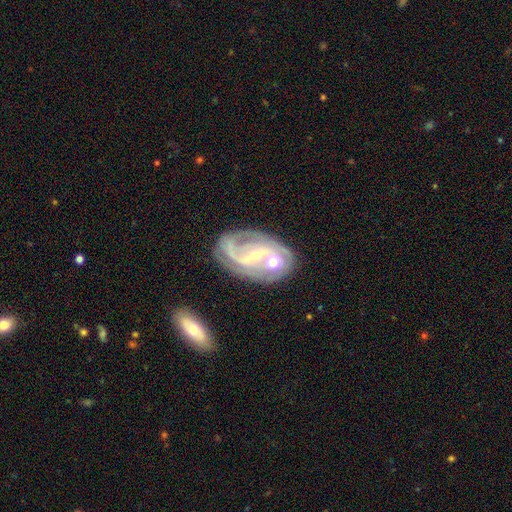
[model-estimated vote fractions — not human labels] Q: Smooth or featured?
A: featured or disk (83%); runner-up: smooth (10%)
Q: Edge-on disk?
A: no (97%); runner-up: yes (3%)
Q: Bar?
A: weak (41%); runner-up: no (32%)
Q: Spiral arms?
A: yes (91%); runner-up: no (9%)
Q: Spiral winding?
A: medium (45%); runner-up: tight (31%)
Q: Spiral arm count?
A: 2 (55%); runner-up: can't tell (17%)
Q: Bulge size?
A: small (62%); runner-up: moderate (32%)
Q: Merging?
A: none (41%); runner-up: merger (28%)